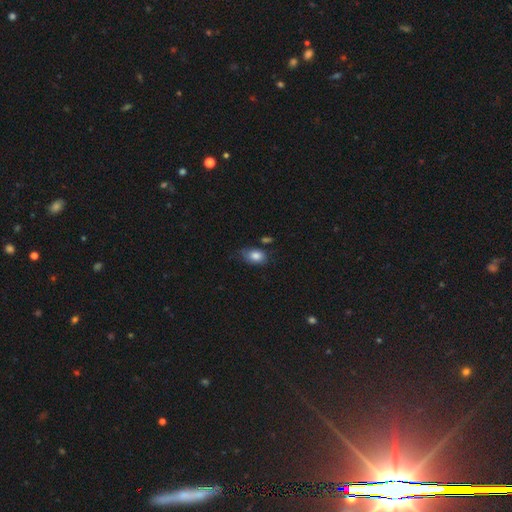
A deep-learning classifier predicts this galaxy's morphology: Smooth or featured: smooth — 82% (featured or disk — 10%)
How rounded: in between — 83% (round — 15%)
Merging: none — 55% (minor disturbance — 32%)